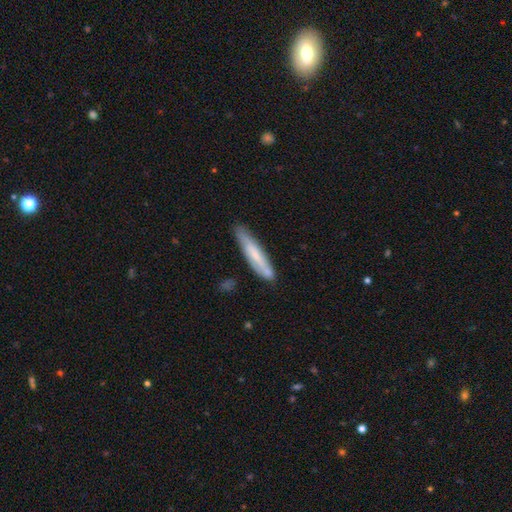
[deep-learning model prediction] smooth-or-featured: smooth: 58% | featured or disk: 36% | star or artifact: 6%
  how-rounded: cigar-shaped: 88% | in between: 11% | round: 1%
  merging: none: 75% | minor disturbance: 19% | major disturbance: 4% | merger: 2%